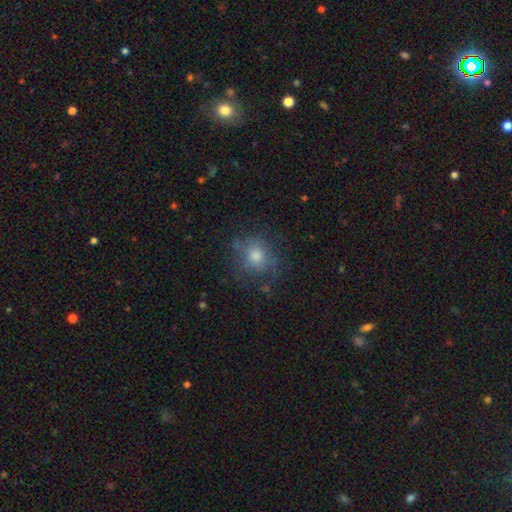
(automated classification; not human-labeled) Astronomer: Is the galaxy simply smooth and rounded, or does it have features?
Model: smooth — 62%.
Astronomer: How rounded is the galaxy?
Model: round — 82%.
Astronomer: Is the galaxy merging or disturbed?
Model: none — 69%.